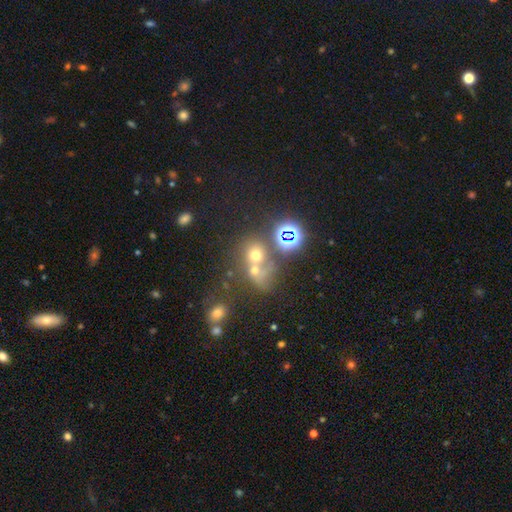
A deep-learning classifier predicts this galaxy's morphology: Q: Smooth or featured?
A: smooth (52%); runner-up: star or artifact (31%)
Q: How rounded?
A: round (72%); runner-up: in between (27%)
Q: Merging?
A: merger (49%); runner-up: none (36%)